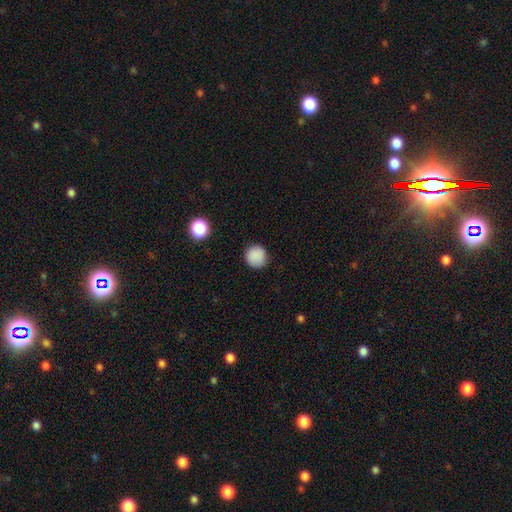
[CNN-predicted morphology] Q: Smooth or featured?
A: smooth (87%); runner-up: star or artifact (10%)
Q: How rounded?
A: round (93%); runner-up: in between (6%)
Q: Merging?
A: none (89%); runner-up: minor disturbance (7%)